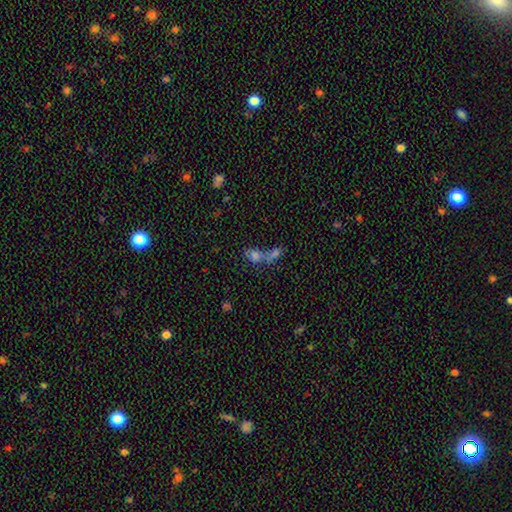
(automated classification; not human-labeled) Smooth or featured? Predicted: smooth (p=0.65). How rounded? Predicted: in between (p=0.57). Merging? Predicted: merger (p=0.66).